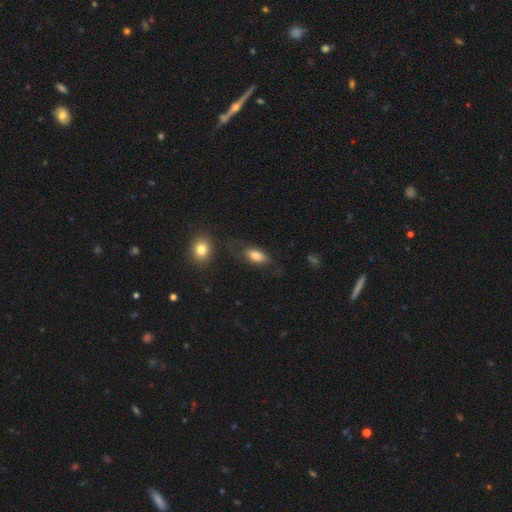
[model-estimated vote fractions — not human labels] A smooth galaxy with no disk features (77%) that is in between round and cigar-shaped (89%). Merging: none (57%).